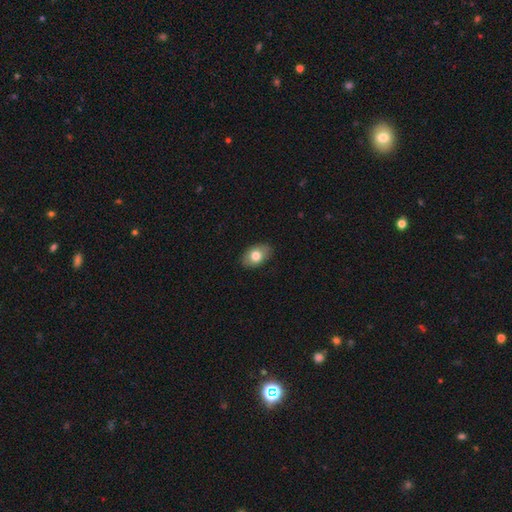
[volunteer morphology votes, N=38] smooth_or_featured: smooth (p=0.84) [alt: featured or disk p=0.11]
how_rounded: in between (p=0.75) [alt: round p=0.22]
merging: none (p=0.89) [alt: minor disturbance p=0.11]